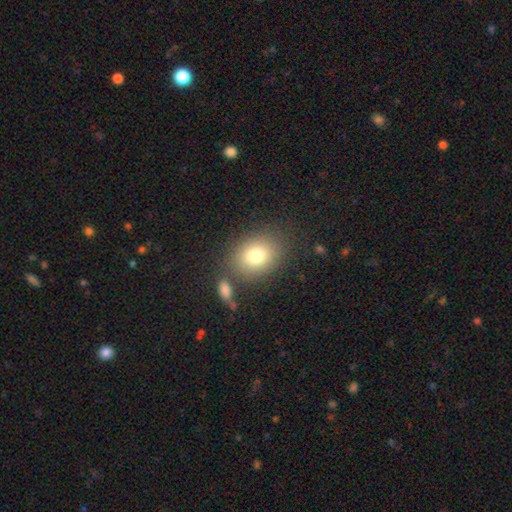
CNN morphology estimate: smooth-or-featured: smooth: 80% | featured or disk: 11% | star or artifact: 10%
  how-rounded: in between: 60% | round: 39% | cigar-shaped: 1%
  merging: none: 74% | minor disturbance: 12% | merger: 9% | major disturbance: 5%